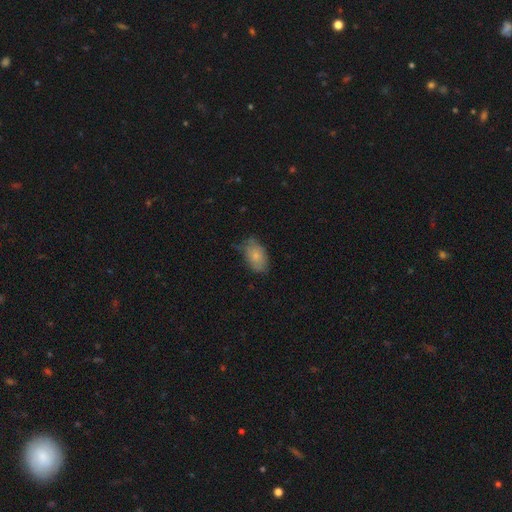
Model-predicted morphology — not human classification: Overall: smooth (77%). How rounded: in between (92%). Merging: none (63%; minor disturbance 29%).